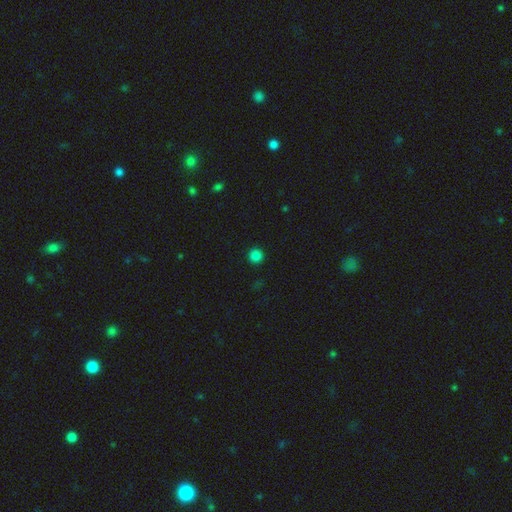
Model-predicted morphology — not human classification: Smooth or featured? Predicted: smooth (p=0.84). How rounded? Predicted: round (p=0.96). Merging? Predicted: none (p=0.93).